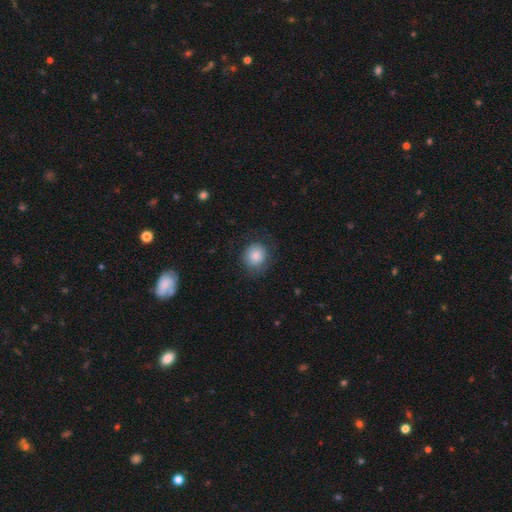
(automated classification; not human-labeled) smooth_or_featured: smooth (p=0.84) [alt: featured or disk p=0.08]
how_rounded: round (p=0.84) [alt: in between p=0.15]
merging: none (p=0.77) [alt: minor disturbance p=0.15]